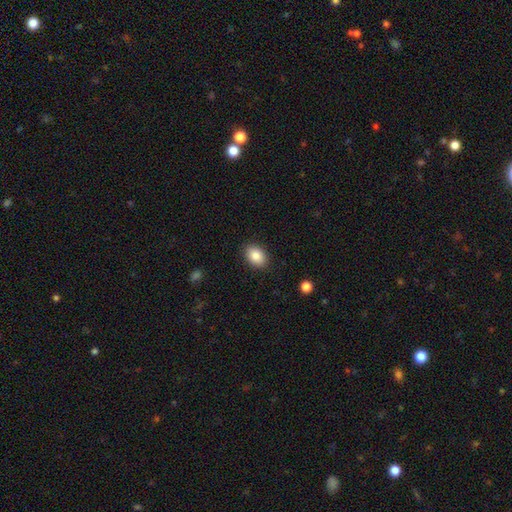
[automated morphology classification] This appears to be a smooth galaxy with no disk features (86%) that is in between round and cigar-shaped (79%). Merging: none (88%).